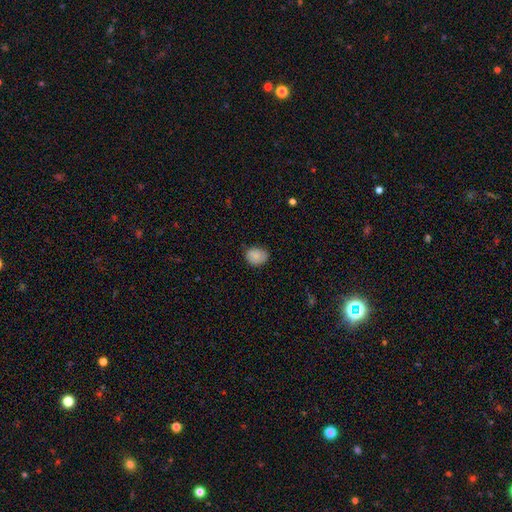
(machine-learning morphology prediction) This appears to be a smooth galaxy with no disk features (81%) that is in between round and cigar-shaped (56%). Merging: none (71%).